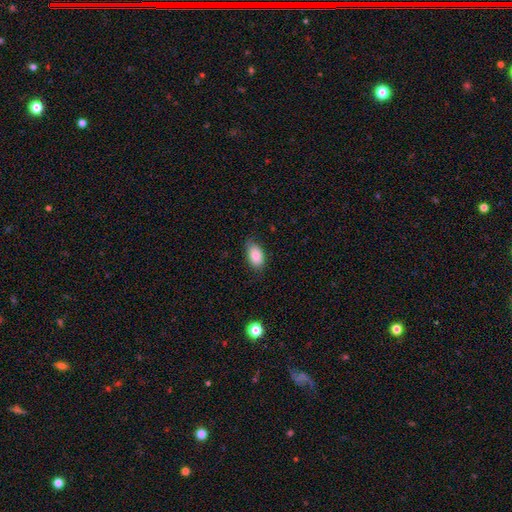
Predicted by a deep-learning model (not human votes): smooth 85%, featured or disk 7%, star or artifact 7%. Down the decision tree: how rounded — in between (92%); merging — none (71%).